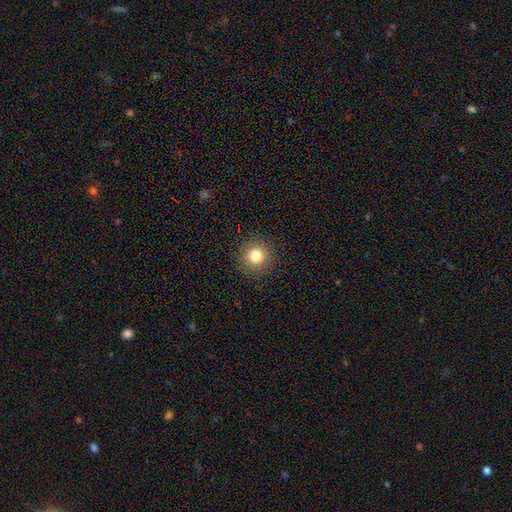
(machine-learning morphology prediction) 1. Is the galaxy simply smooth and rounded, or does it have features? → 81% smooth, 12% star or artifact, 7% featured or disk.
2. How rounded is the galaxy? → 95% round, 4% in between, 1% cigar-shaped.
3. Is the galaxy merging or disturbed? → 91% none, 6% minor disturbance, 2% major disturbance, 1% merger.